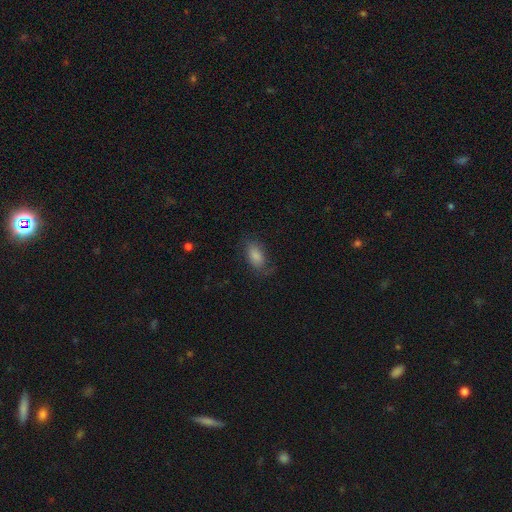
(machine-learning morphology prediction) A smooth galaxy with no disk features (75%) that is in between round and cigar-shaped (91%).

Vote fractions:
- Smooth or featured? smooth: 75% / featured or disk: 17% / star or artifact: 8%
- How rounded? in between: 91% / round: 6% / cigar-shaped: 3%
- Merging? none: 65% / minor disturbance: 22% / major disturbance: 12% / merger: 1%